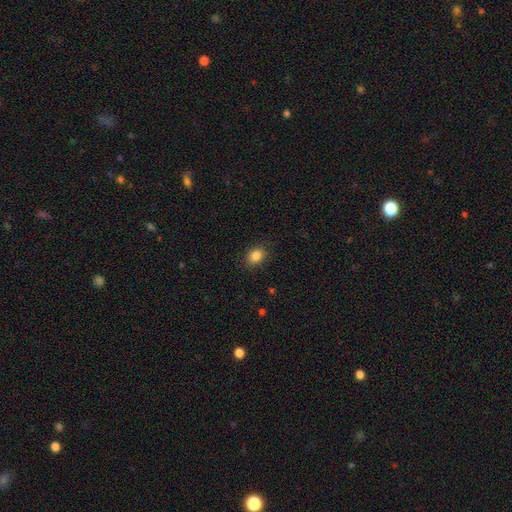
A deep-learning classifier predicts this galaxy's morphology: smooth 86%, star or artifact 10%, featured or disk 5%. Down the decision tree: how rounded — in between (63%); merging — none (87%).